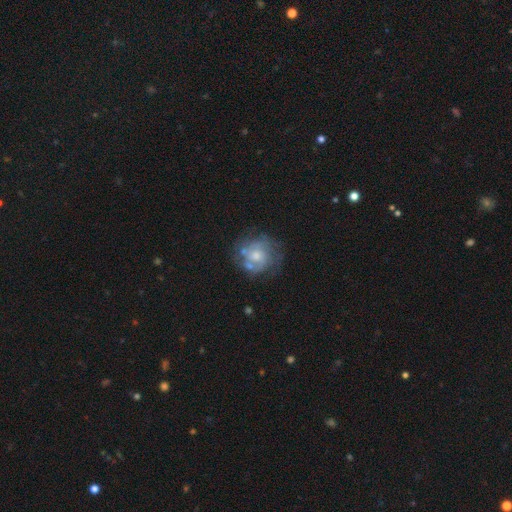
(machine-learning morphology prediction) smooth_or_featured: featured or disk (p=0.60) [alt: smooth p=0.32]
disk_edge_on: no (p=0.98) [alt: yes p=0.02]
bar: no (p=0.80) [alt: weak p=0.18]
has_spiral_arms: yes (p=0.59) [alt: no p=0.41]
bulge_size: moderate (p=0.53) [alt: small p=0.35]
merging: none (p=0.57) [alt: minor disturbance p=0.21]